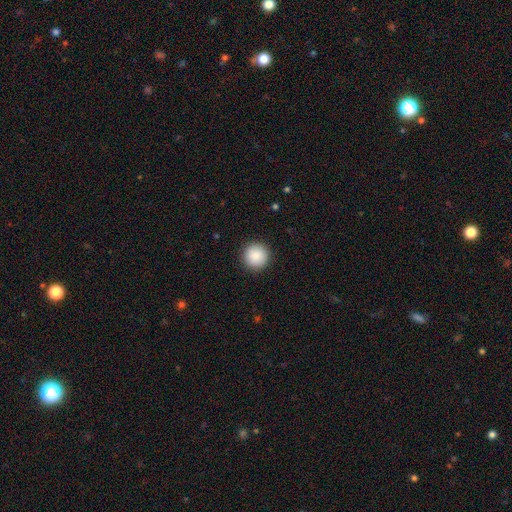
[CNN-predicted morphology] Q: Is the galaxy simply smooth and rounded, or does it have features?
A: smooth — 87%.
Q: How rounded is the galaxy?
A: round — 96%.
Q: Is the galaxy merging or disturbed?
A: none — 92%.